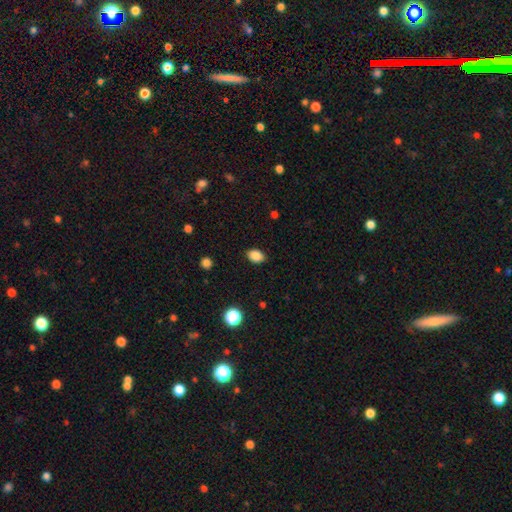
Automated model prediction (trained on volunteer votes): Smooth or featured? Predicted: smooth (p=0.87). How rounded? Predicted: in between (p=0.76). Merging? Predicted: none (p=0.87).